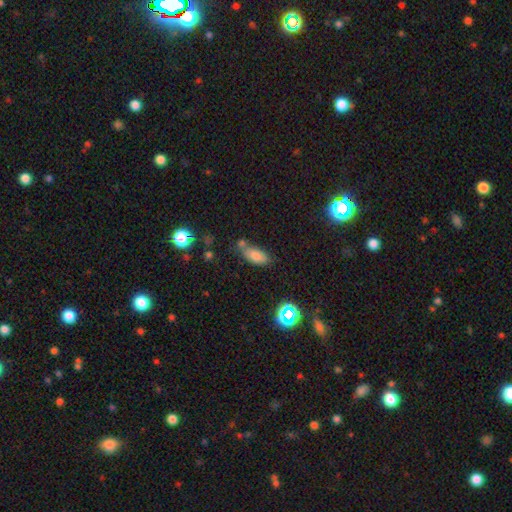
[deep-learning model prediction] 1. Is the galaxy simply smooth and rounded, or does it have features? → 77% smooth, 14% star or artifact, 9% featured or disk.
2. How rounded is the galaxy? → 86% in between, 10% cigar-shaped, 4% round.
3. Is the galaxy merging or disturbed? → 52% none, 22% merger, 20% minor disturbance, 6% major disturbance.